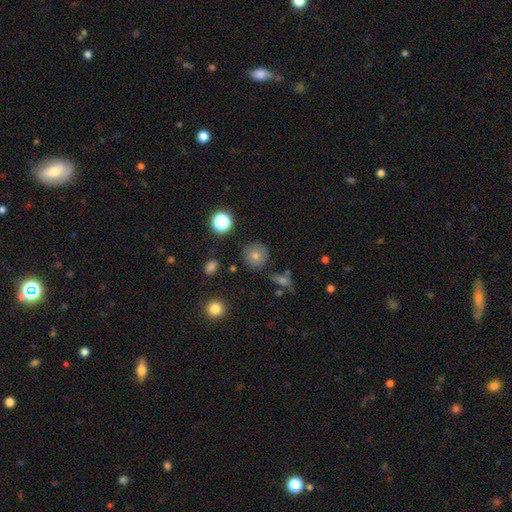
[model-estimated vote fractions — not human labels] smooth_or_featured: smooth (p=0.74) [alt: star or artifact p=0.14]
how_rounded: round (p=0.93) [alt: in between p=0.06]
merging: none (p=0.81) [alt: minor disturbance p=0.11]